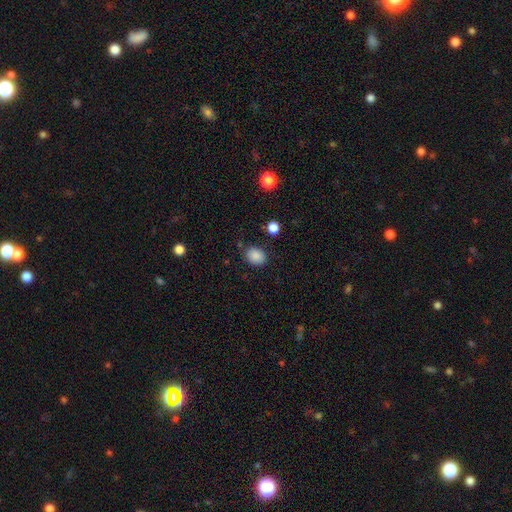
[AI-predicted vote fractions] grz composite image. It shows a smooth galaxy with no disk features (87%) that is in between round and cigar-shaped (55%). Merging: none (82%).